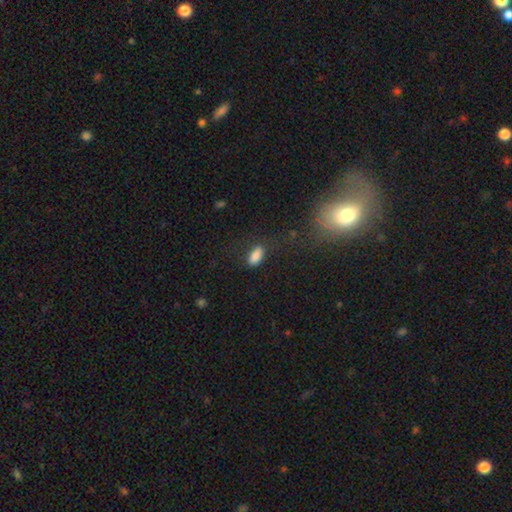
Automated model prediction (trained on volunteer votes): Smooth or featured? smooth (86%)
How rounded? in between (86%)
Merging? none (77%)